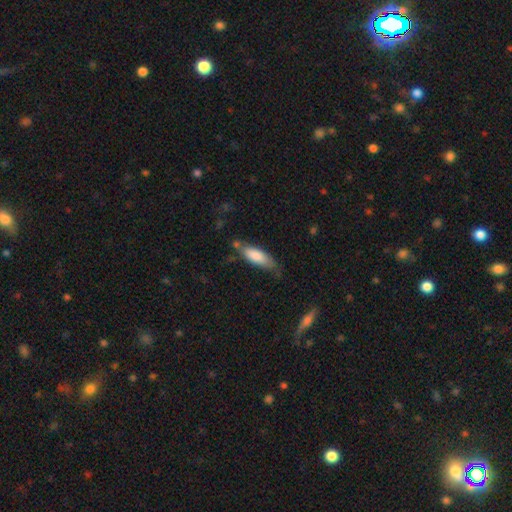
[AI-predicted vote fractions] Smooth or featured?
  - smooth: 81% *
  - featured or disk: 14%
  - star or artifact: 6%
How rounded?
  - in between: 59% *
  - cigar-shaped: 40%
  - round: 2%
Merging?
  - none: 60% *
  - minor disturbance: 26%
  - merger: 7%
  - major disturbance: 7%